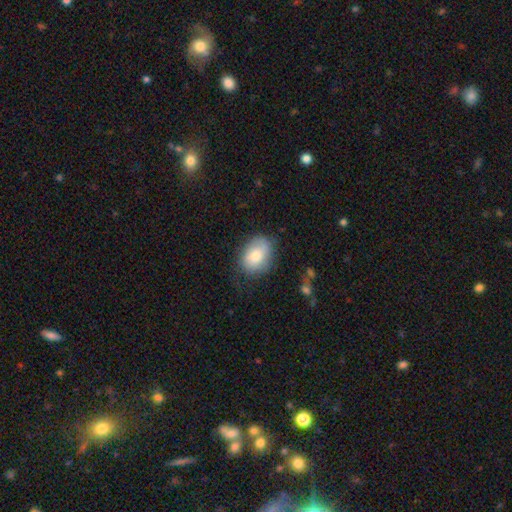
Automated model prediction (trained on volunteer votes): A smooth galaxy with no disk features (77%) that is in between round and cigar-shaped (73%). Merging: none (66%).